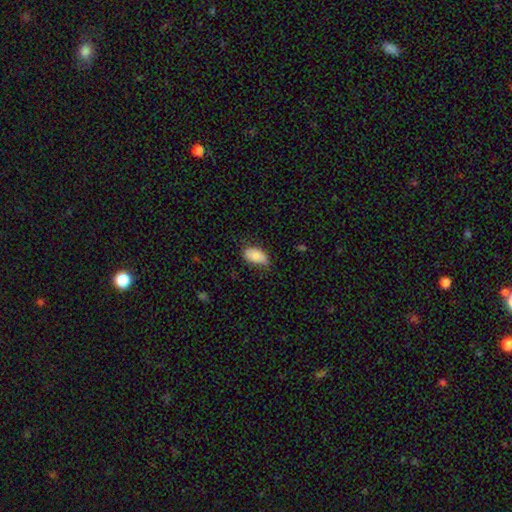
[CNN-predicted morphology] A smooth galaxy with no disk features (82%) that is in between round and cigar-shaped (94%). Merging: none (64%).